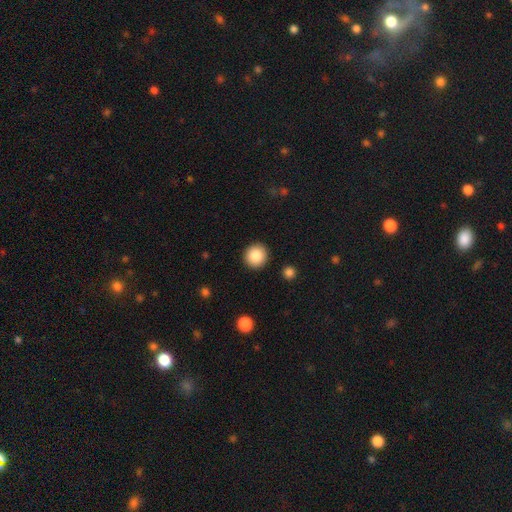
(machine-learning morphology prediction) type=smooth (85%); roundness=round (93%); merging=none (92%).